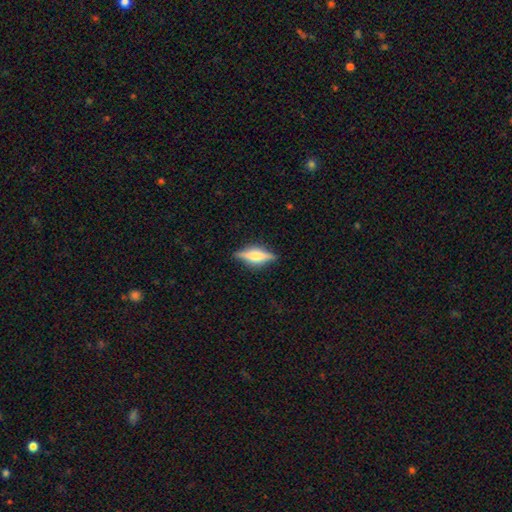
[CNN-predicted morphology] A featured or disk galaxy (62%) viewed edge-on (95%) with a rounded central bulge (75%). Merging: none (86%).